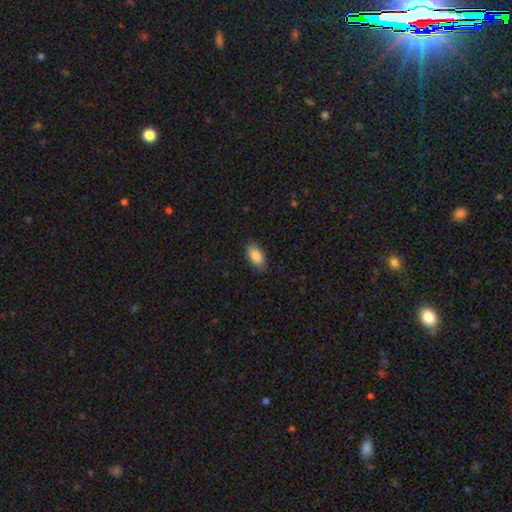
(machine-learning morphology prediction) Smooth or featured? smooth (88%)
How rounded? in between (92%)
Merging? none (82%)